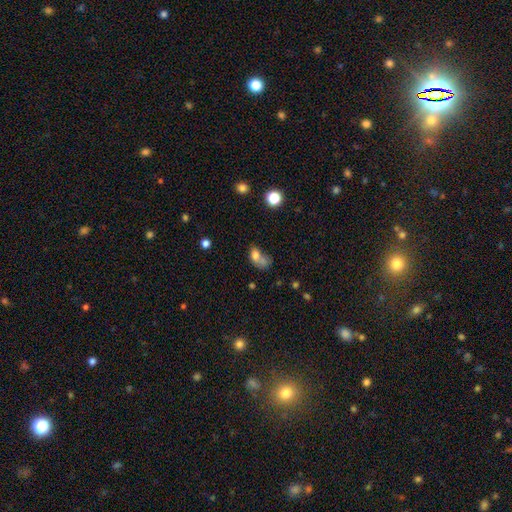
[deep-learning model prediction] Smooth or featured? Predicted: smooth (p=0.71). How rounded? Predicted: in between (p=0.71). Merging? Predicted: merger (p=0.50).